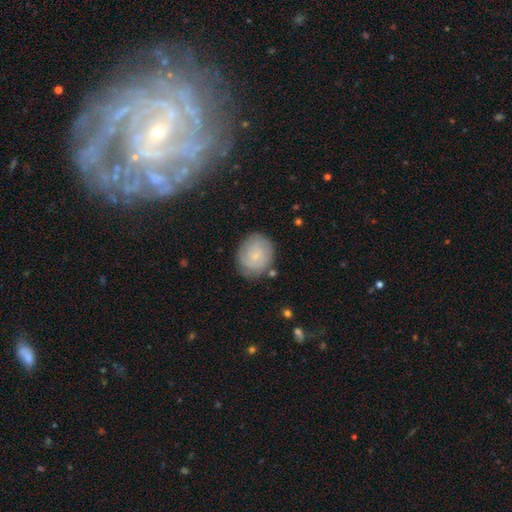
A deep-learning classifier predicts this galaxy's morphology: type=smooth (46%); merging=none (78%).